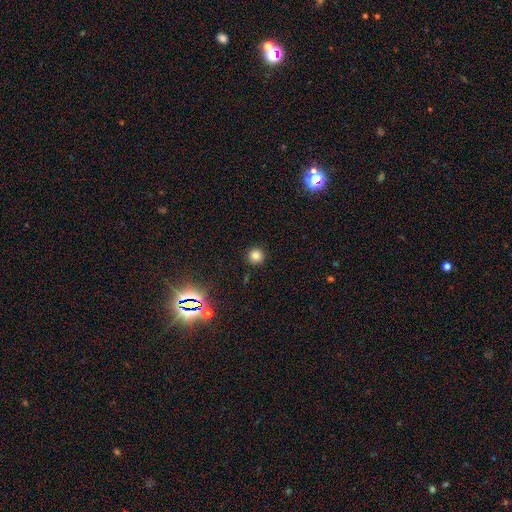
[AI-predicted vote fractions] Overall: smooth (82%). How rounded: round (95%). Merging: none (90%).